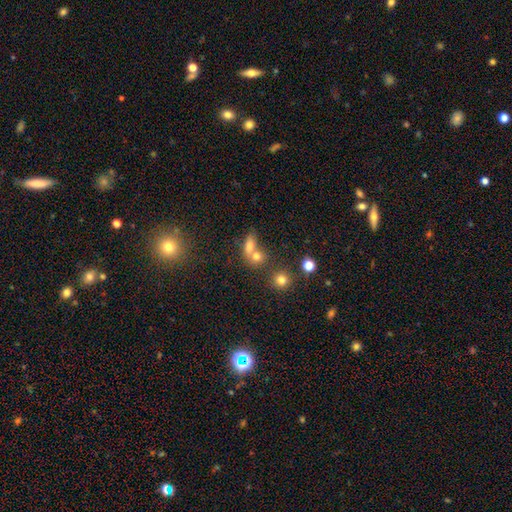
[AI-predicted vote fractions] This appears to be a smooth galaxy with no disk features (65%) that is round (53%). Merging: merger (46%).